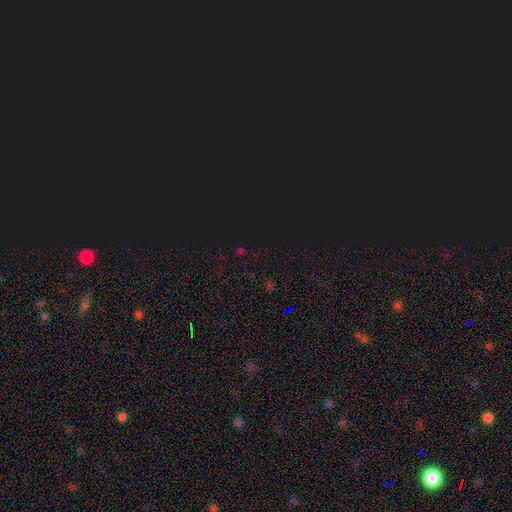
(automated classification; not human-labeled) Q: Smooth or featured?
A: star or artifact (75%); runner-up: smooth (18%)